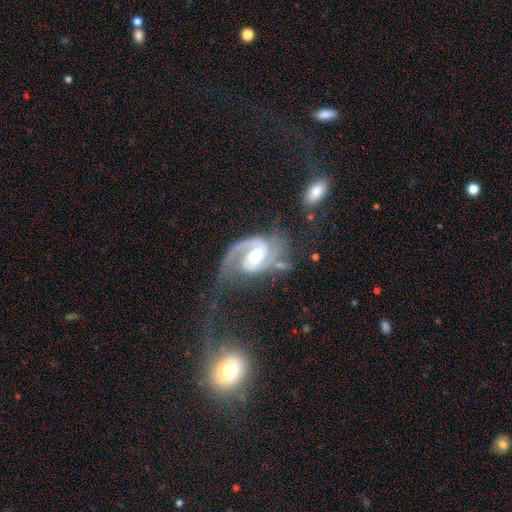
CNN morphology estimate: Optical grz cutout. It shows a featured or disk galaxy (90%) with a weak bar (51%), 2 (74%) medium (51%) spiral arms (98%) and a moderate central bulge (57%). Merging: none (43%).